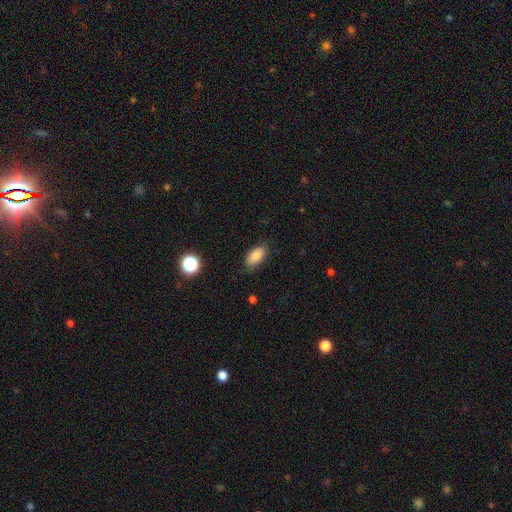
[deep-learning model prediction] Smooth or featured?
  - smooth: 83% *
  - star or artifact: 8%
  - featured or disk: 8%
How rounded?
  - in between: 90% *
  - cigar-shaped: 6%
  - round: 4%
Merging?
  - none: 83% *
  - minor disturbance: 13%
  - major disturbance: 3%
  - merger: 1%